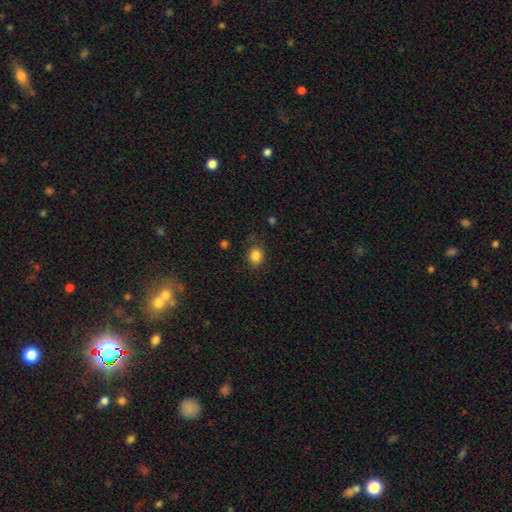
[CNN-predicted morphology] The model was most divided on "how rounded": round: 63%, in between: 36%, cigar-shaped: 1%. More confident: smooth or featured — smooth (85%); merging — none (83%).